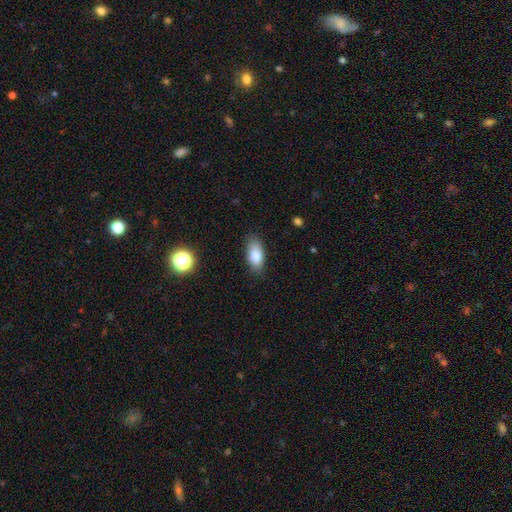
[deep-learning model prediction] Smooth or featured?
  - smooth: 83% *
  - featured or disk: 9%
  - star or artifact: 8%
How rounded?
  - in between: 88% *
  - cigar-shaped: 8%
  - round: 4%
Merging?
  - none: 81% *
  - minor disturbance: 14%
  - major disturbance: 3%
  - merger: 1%